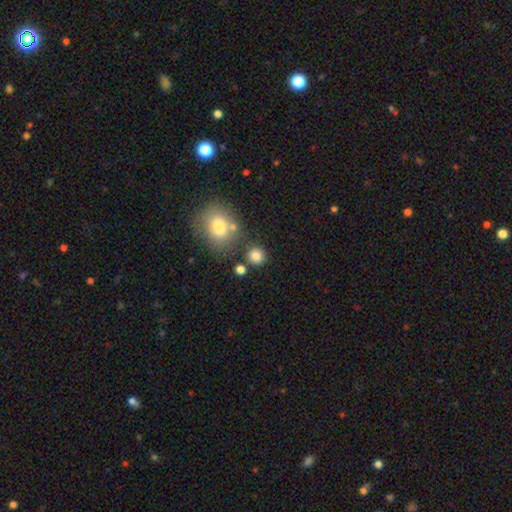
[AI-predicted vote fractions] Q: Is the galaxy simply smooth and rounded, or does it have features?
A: smooth — 82%.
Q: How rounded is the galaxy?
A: round — 89%.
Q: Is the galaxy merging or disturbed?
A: none — 78%.